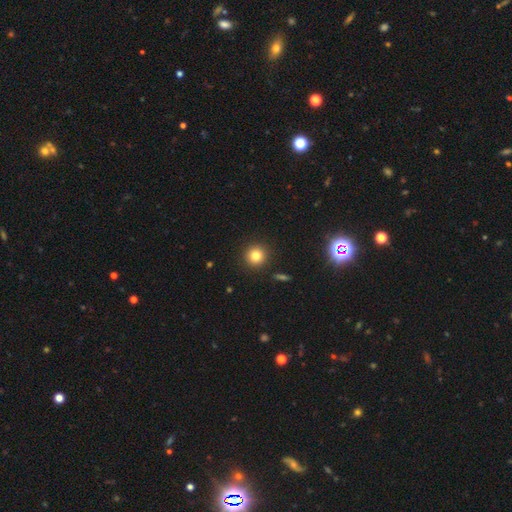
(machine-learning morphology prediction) smooth 81%, star or artifact 12%, featured or disk 7%. Down the decision tree: how rounded — round (94%); merging — none (92%).